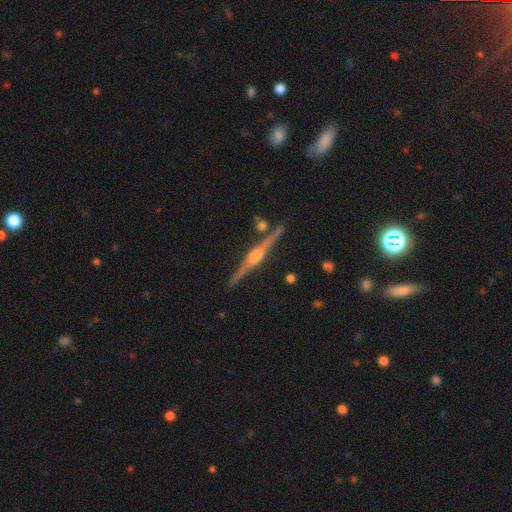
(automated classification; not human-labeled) smooth-or-featured: featured or disk: 87% | smooth: 7% | star or artifact: 6%
  disk-edge-on: yes: 98% | no: 2%
    edge-on-bulge: rounded: 83% | boxy: 14% | none: 4%
  merging: none: 87% | minor disturbance: 8% | merger: 3% | major disturbance: 2%